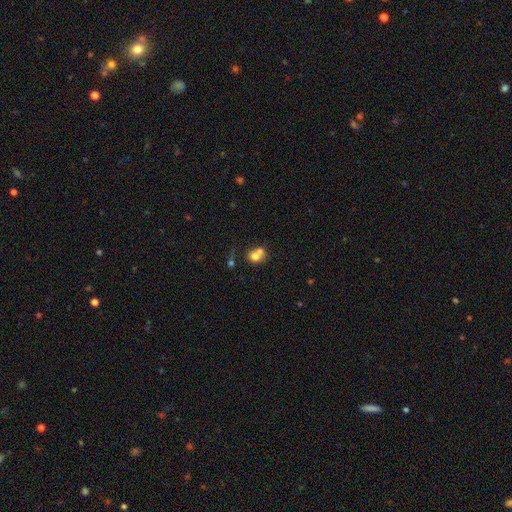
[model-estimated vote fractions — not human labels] smooth 71%, featured or disk 18%, star or artifact 11%. Down the decision tree: how rounded — round (65%); merging — merger (56%).